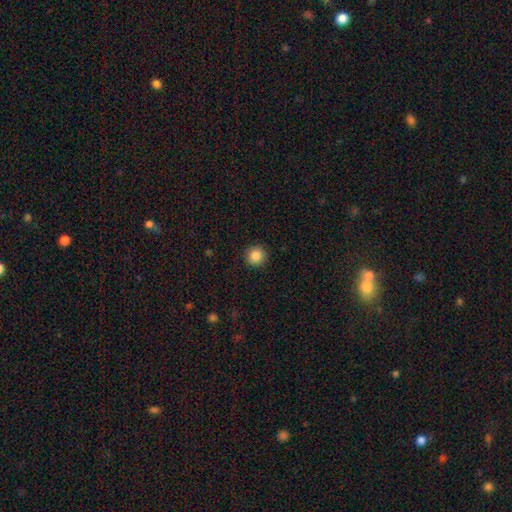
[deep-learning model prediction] A smooth galaxy with no disk features (85%) that is round (95%). Merging: none (93%).